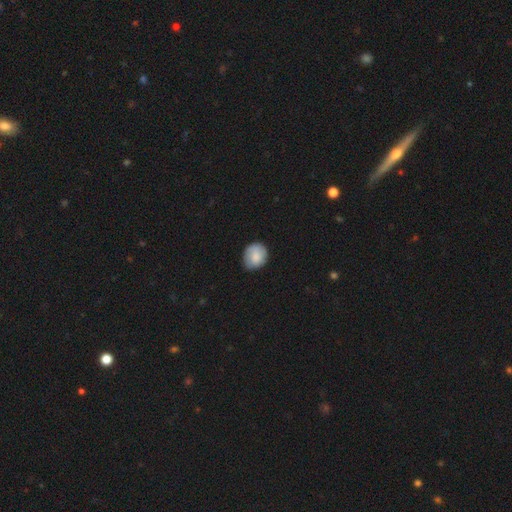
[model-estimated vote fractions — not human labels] A smooth galaxy with no disk features (80%) that is round (63%).

Vote fractions:
- Smooth or featured? smooth: 80% / featured or disk: 14% / star or artifact: 7%
- How rounded? round: 63% / in between: 37% / cigar-shaped: 1%
- Merging? none: 71% / minor disturbance: 23% / major disturbance: 4% / merger: 1%